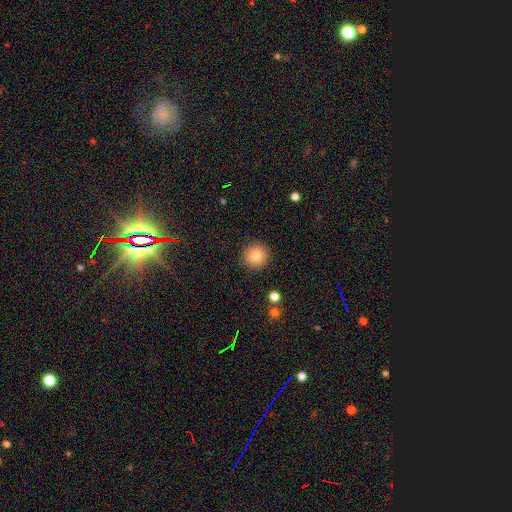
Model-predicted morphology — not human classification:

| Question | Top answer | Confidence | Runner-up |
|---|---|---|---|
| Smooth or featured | smooth | 83% | star or artifact (10%) |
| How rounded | round | 94% | in between (5%) |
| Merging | none | 91% | minor disturbance (6%) |